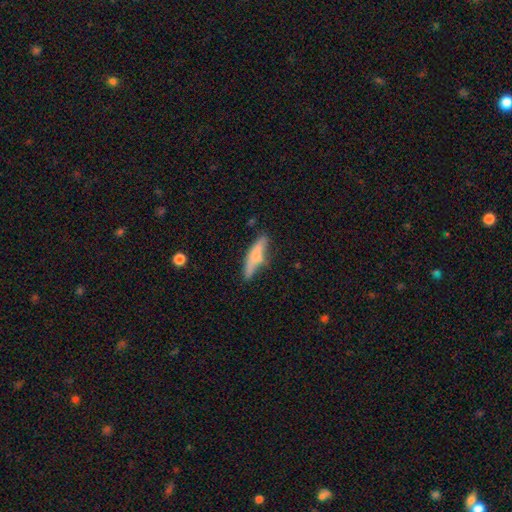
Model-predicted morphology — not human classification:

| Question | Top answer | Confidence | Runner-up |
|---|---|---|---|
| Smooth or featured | smooth | 61% | featured or disk (32%) |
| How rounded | cigar-shaped | 78% | in between (21%) |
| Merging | none | 64% | minor disturbance (22%) |